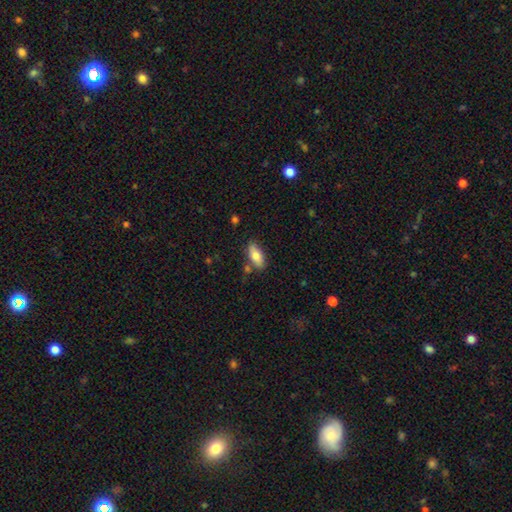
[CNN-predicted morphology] smooth-or-featured: smooth: 78% | featured or disk: 16% | star or artifact: 7%
  how-rounded: in between: 84% | cigar-shaped: 13% | round: 3%
  merging: none: 77% | minor disturbance: 14% | merger: 6% | major disturbance: 3%